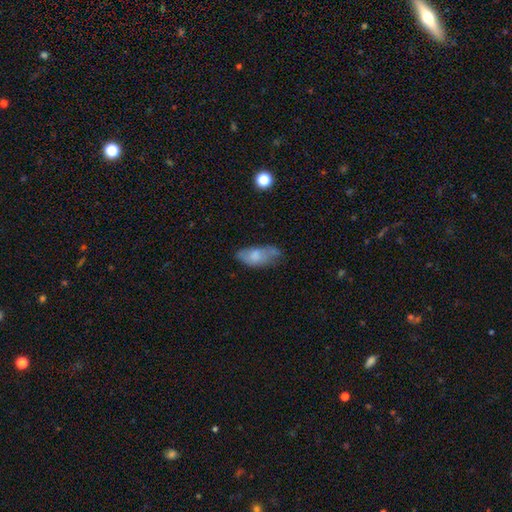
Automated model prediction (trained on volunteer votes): Morphology: type=smooth (67%); roundness=in between (88%); merging=none (50%).